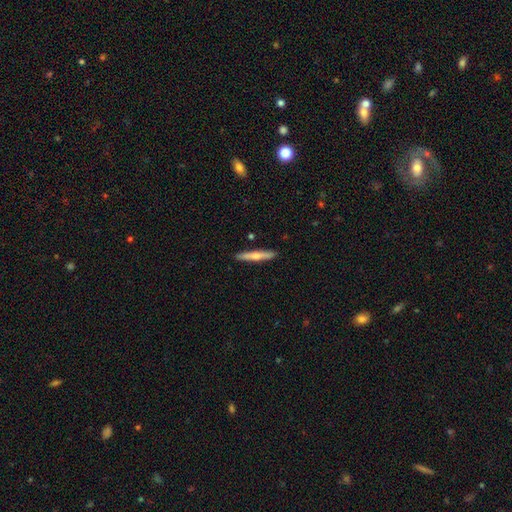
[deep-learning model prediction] This appears to be a smooth galaxy with no disk features (57%) that is cigar-shaped (93%). Merging: none (90%).